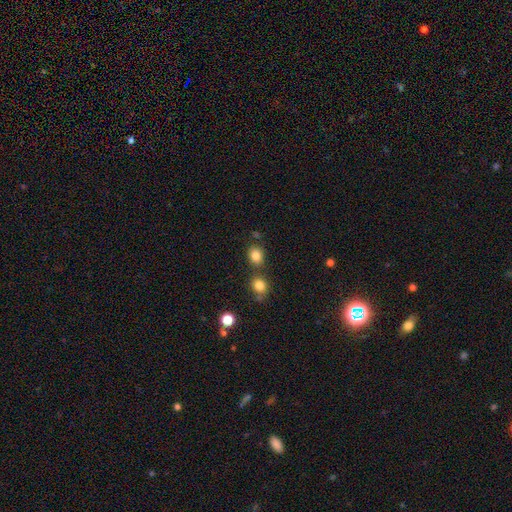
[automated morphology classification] smooth-or-featured: smooth: 83% | star or artifact: 11% | featured or disk: 5%
  how-rounded: round: 57% | in between: 42% | cigar-shaped: 1%
  merging: none: 68% | merger: 17% | minor disturbance: 11% | major disturbance: 3%